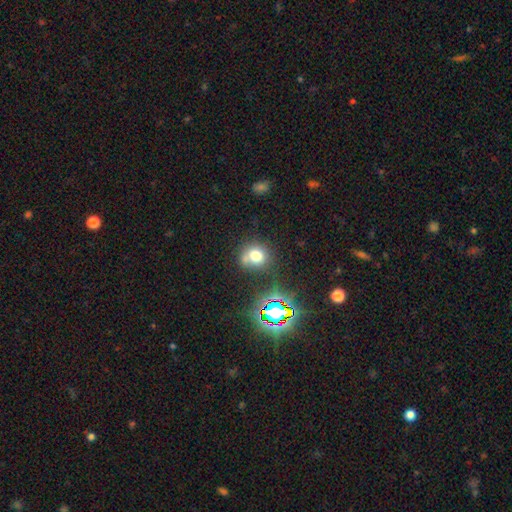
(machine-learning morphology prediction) Smooth or featured?
  - smooth: 70% *
  - star or artifact: 18%
  - featured or disk: 12%
How rounded?
  - round: 78% *
  - in between: 21%
  - cigar-shaped: 1%
Merging?
  - none: 57% *
  - merger: 18%
  - minor disturbance: 17%
  - major disturbance: 7%